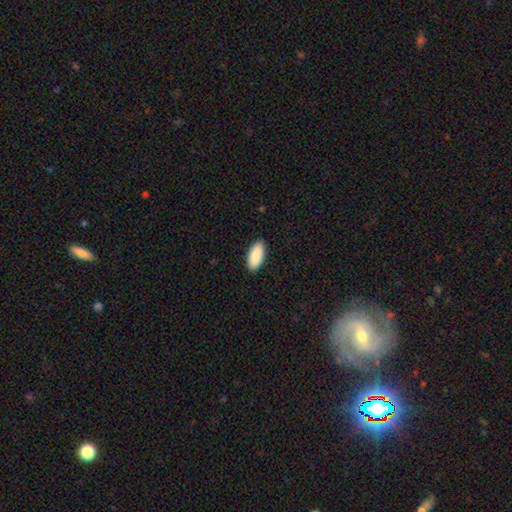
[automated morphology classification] The model was most divided on "merging": none: 91%, minor disturbance: 7%, major disturbance: 2%, merger: 1%. More confident: how rounded — in between (91%); smooth or featured — smooth (90%).